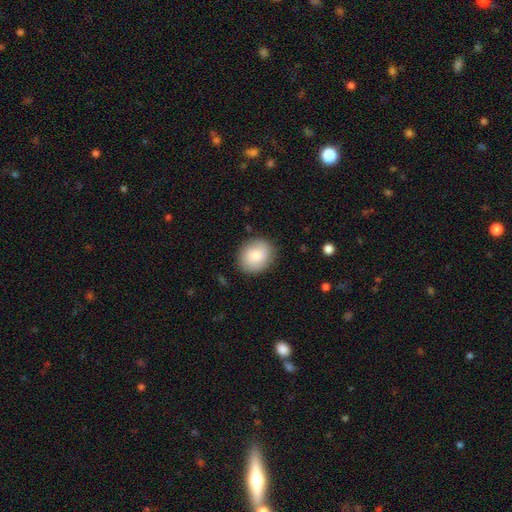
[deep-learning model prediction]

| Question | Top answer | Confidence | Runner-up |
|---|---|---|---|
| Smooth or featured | smooth | 80% | featured or disk (14%) |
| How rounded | round | 72% | in between (27%) |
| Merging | none | 86% | minor disturbance (10%) |